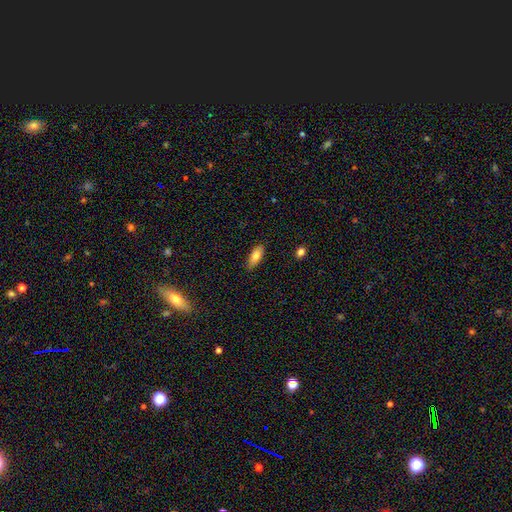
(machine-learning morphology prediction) Overall: smooth (78%). How rounded: in between (71%). Merging: none (86%).